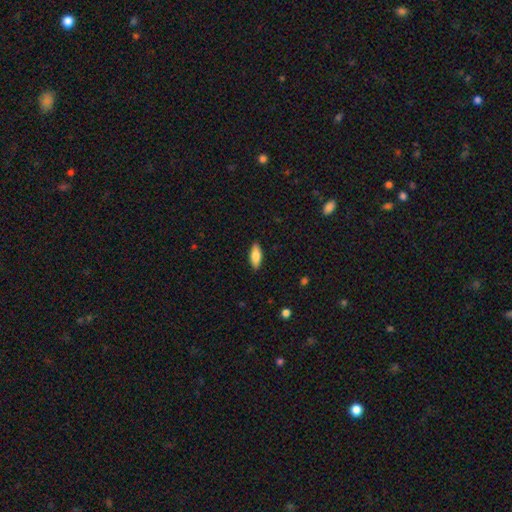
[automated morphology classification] Smooth or featured?
  - smooth: 78% *
  - featured or disk: 16%
  - star or artifact: 6%
How rounded?
  - in between: 73% *
  - cigar-shaped: 25%
  - round: 2%
Merging?
  - none: 88% *
  - minor disturbance: 9%
  - major disturbance: 2%
  - merger: 1%